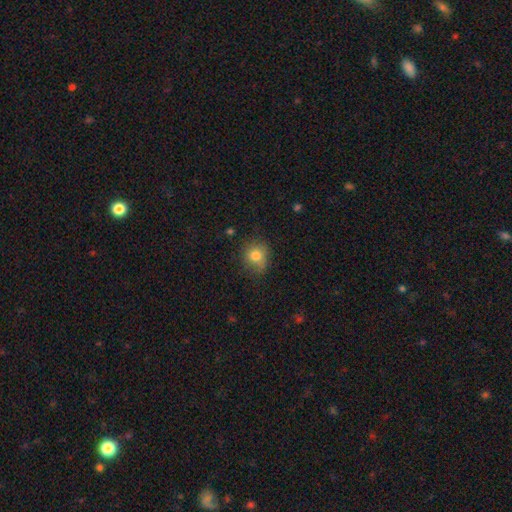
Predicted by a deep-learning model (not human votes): The model was most divided on "merging": none: 68%, minor disturbance: 23%, major disturbance: 7%, merger: 2%. More confident: smooth or featured — smooth (78%); how rounded — round (75%).